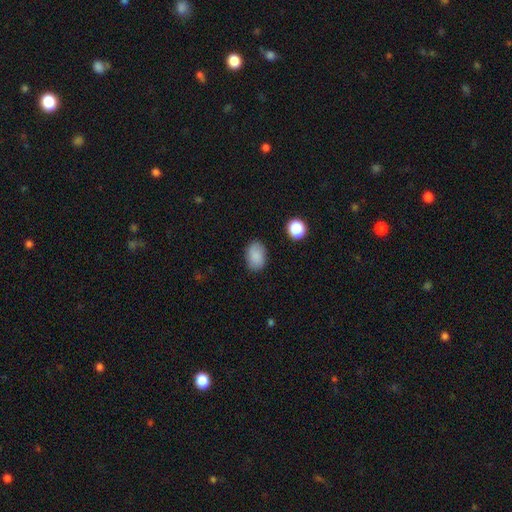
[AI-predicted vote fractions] Overall: smooth (87%). How rounded: in between (80%). Merging: none (85%).